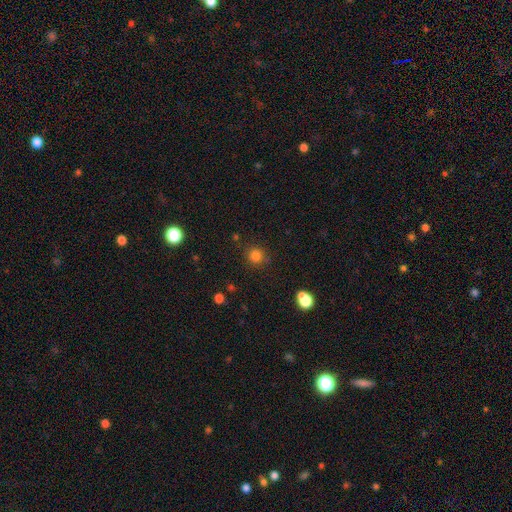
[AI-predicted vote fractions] Overall: smooth (81%). How rounded: round (91%). Merging: none (86%).